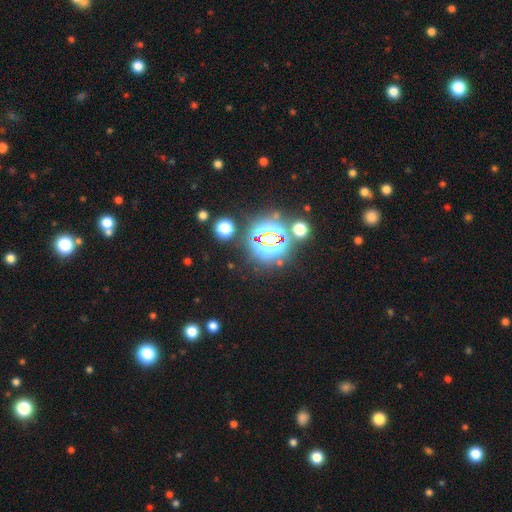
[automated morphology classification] Smooth or featured?
  - star or artifact: 81% *
  - smooth: 13%
  - featured or disk: 6%